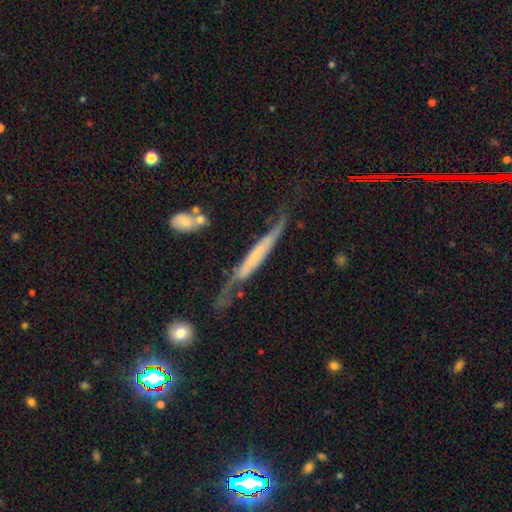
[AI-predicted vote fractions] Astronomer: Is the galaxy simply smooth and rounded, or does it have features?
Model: featured or disk — 70%.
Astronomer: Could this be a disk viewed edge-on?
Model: yes — 73%.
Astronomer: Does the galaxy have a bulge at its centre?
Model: none — 58%.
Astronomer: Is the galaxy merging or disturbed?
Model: none — 51% (runner-up: minor disturbance, 27%).